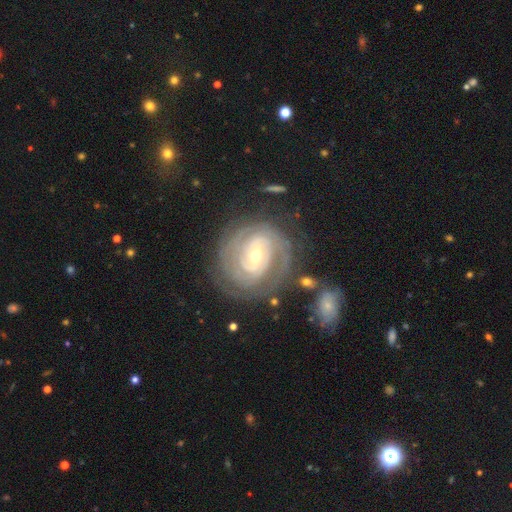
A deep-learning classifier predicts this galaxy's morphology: type=featured or disk (87%); edge-on=no (97%); bar=no (43%); spiral arms=yes (95%); winding=tight (76%); arm count=2 (32%); bulge=small (50%); merging=none (70%).